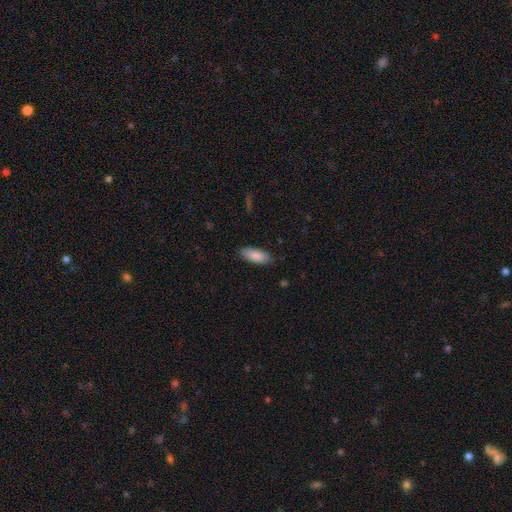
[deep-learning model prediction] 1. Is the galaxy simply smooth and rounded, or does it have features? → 87% smooth, 7% featured or disk, 6% star or artifact.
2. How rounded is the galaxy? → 78% in between, 20% cigar-shaped, 2% round.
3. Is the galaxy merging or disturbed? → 86% none, 11% minor disturbance, 2% major disturbance, 1% merger.